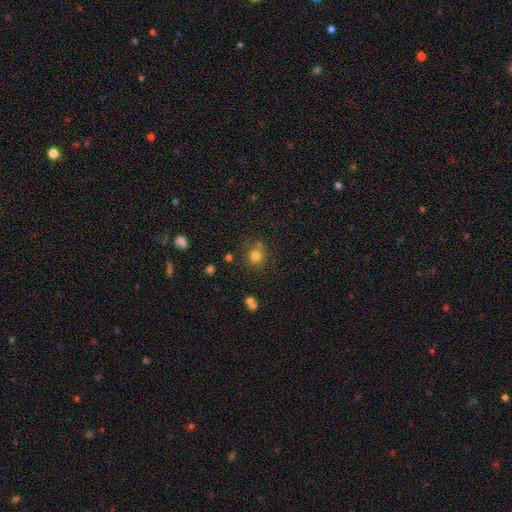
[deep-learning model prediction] Smooth or featured? Predicted: smooth (p=0.77). How rounded? Predicted: round (p=0.89). Merging? Predicted: none (p=0.73).